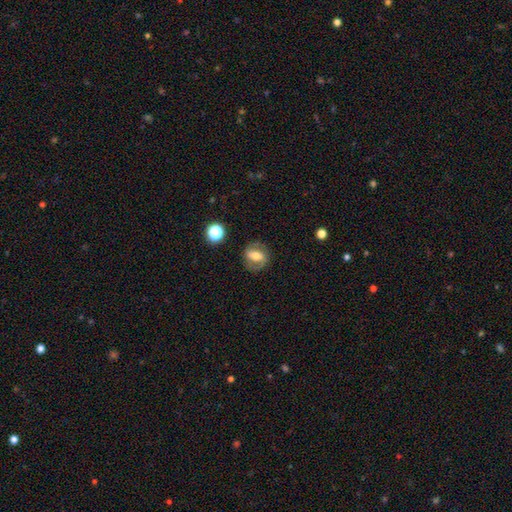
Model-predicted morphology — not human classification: A featured or disk galaxy (51%).

Vote fractions:
- Smooth or featured? featured or disk: 51% / smooth: 40% / star or artifact: 9%
- Edge-on disk? no: 94% / yes: 6%
- Merging? none: 75% / minor disturbance: 15% / major disturbance: 8% / merger: 2%